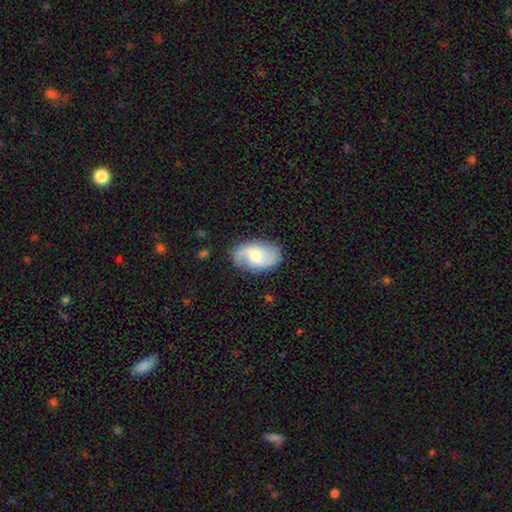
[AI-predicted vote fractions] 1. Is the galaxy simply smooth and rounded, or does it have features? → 65% featured or disk, 29% smooth, 6% star or artifact.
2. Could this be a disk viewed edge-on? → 97% no, 3% yes.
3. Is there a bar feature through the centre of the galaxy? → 51% weak, 39% no, 10% strong.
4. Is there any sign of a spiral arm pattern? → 92% yes, 8% no.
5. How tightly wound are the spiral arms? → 52% loose, 37% medium, 11% tight.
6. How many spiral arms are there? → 88% 2, 5% can't tell, 4% 1, 1% 3, 1% 4, 1% more than 4.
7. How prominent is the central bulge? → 51% moderate, 28% small, 12% large, 6% none, 2% dominant.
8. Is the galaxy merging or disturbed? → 81% none, 13% minor disturbance, 4% major disturbance, 1% merger.